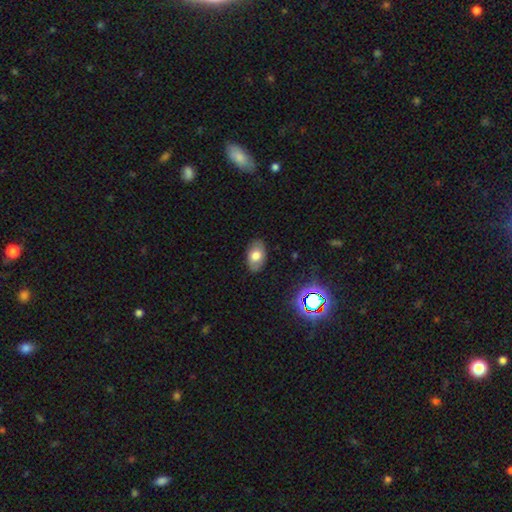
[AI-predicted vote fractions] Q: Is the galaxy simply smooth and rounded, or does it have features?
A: smooth — 71%.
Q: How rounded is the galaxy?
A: in between — 90%.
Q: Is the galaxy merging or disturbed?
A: none — 83%.